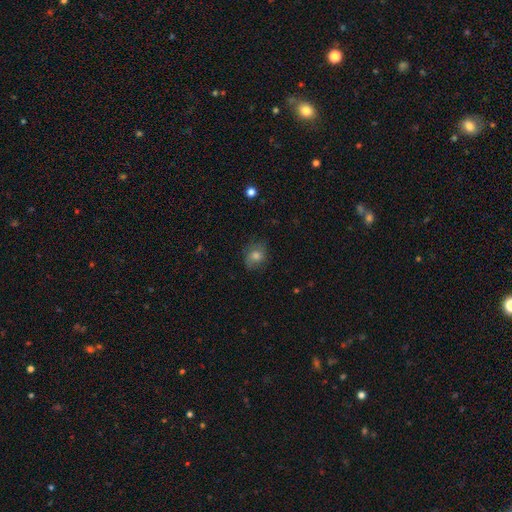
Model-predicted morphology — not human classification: This is likely a smooth galaxy (64%). How rounded: possibly round (57%). Merging: likely none (72%).